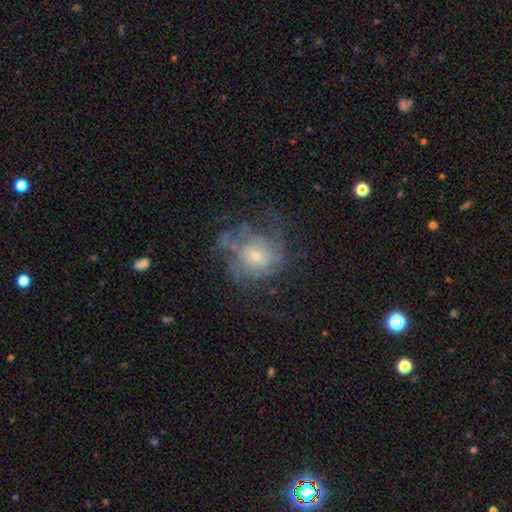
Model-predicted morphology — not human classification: featured or disk 66%, smooth 24%, star or artifact 10%. Down the decision tree: edge-on disk — no (97%); bar — no (79%); spiral arms — yes (69%); bulge size — small (67%); merging — none (50%).